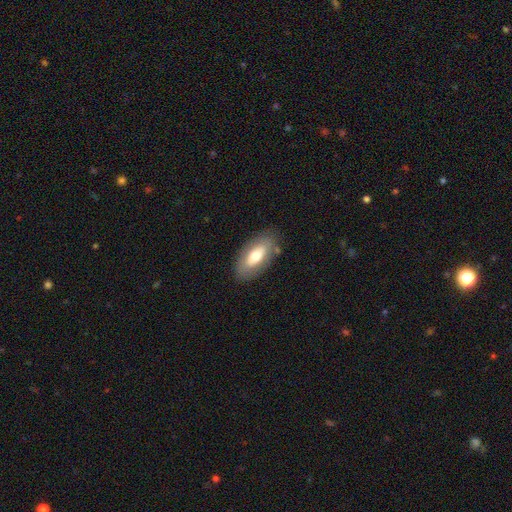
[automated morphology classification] This appears to be a smooth galaxy with no disk features (61%) that is in between round and cigar-shaped (88%). Merging: none (81%).